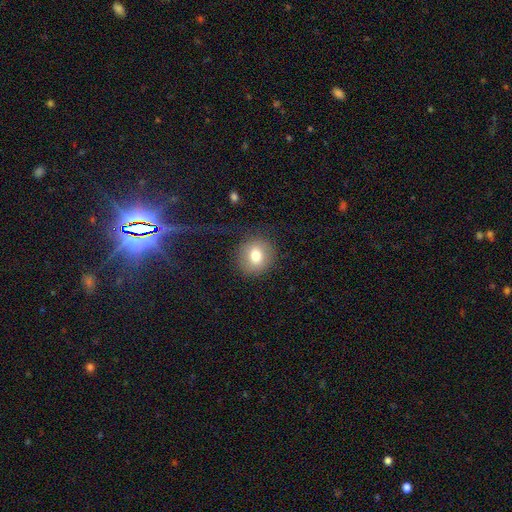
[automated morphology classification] smooth-or-featured: smooth: 76% | featured or disk: 14% | star or artifact: 10%
  how-rounded: round: 86% | in between: 13% | cigar-shaped: 1%
  merging: none: 79% | minor disturbance: 11% | major disturbance: 9% | merger: 1%